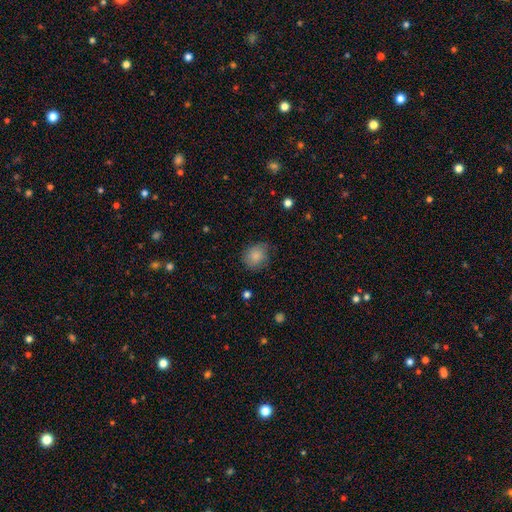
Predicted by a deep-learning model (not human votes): A smooth galaxy with no disk features (84%) that is round (71%).

Vote fractions:
- Smooth or featured? smooth: 84% / star or artifact: 8% / featured or disk: 8%
- How rounded? round: 71% / in between: 28% / cigar-shaped: 1%
- Merging? none: 70% / minor disturbance: 24% / major disturbance: 5% / merger: 1%